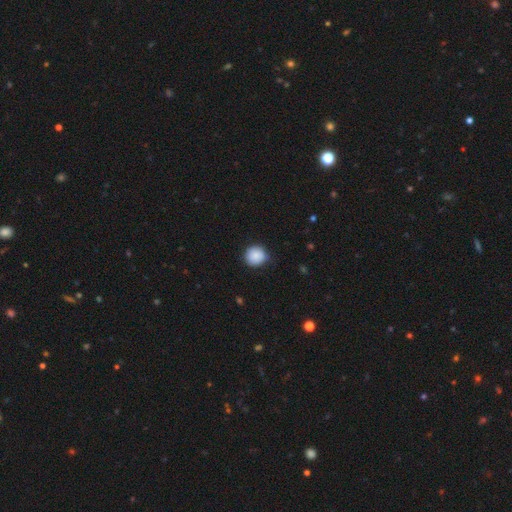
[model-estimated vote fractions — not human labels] This is clearly a smooth galaxy (87%). How rounded: clearly round (92%). Merging: clearly none (80%).